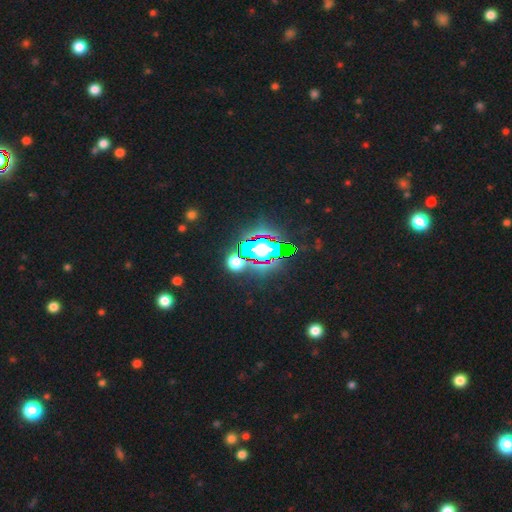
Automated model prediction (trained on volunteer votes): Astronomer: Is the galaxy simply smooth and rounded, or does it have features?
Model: star or artifact — 84%.